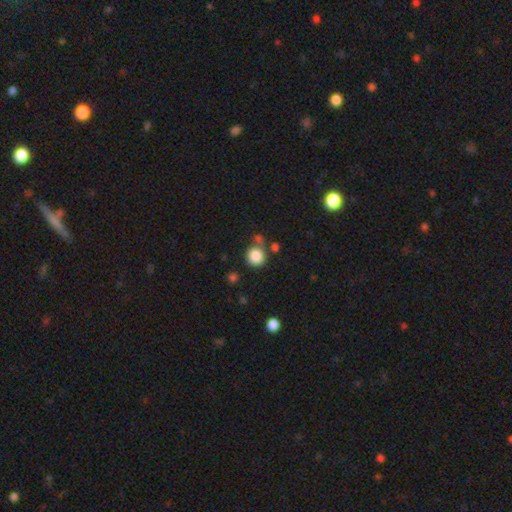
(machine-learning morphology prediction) The model was most divided on "merging": none: 67%, merger: 15%, minor disturbance: 12%, major disturbance: 5%. More confident: how rounded — round (89%); smooth or featured — smooth (85%).